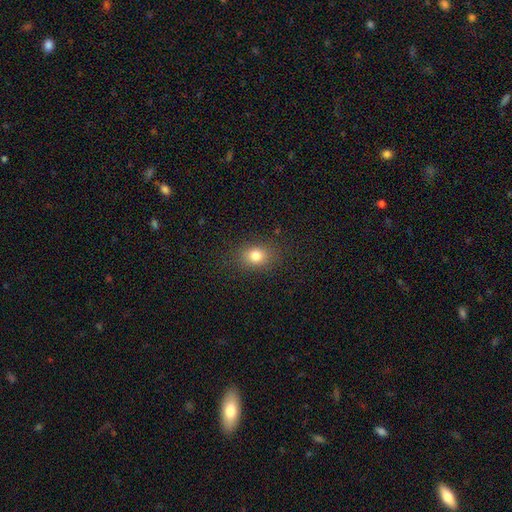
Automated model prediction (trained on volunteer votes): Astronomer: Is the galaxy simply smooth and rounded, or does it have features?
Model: smooth — 80%.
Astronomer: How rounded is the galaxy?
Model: in between — 53% (runner-up: round, 46%).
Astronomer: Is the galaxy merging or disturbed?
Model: none — 85%.